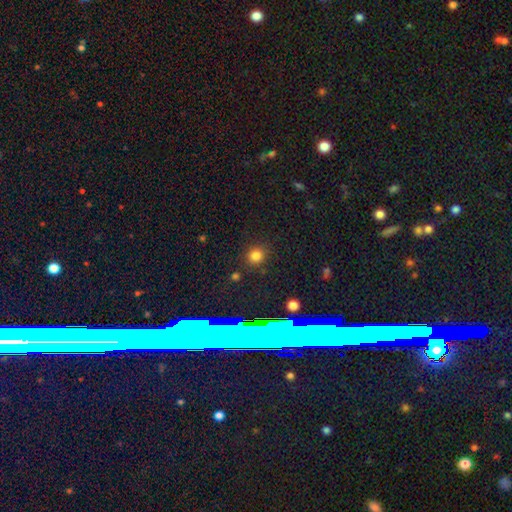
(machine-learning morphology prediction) This is likely a smooth galaxy (77%). How rounded: clearly round (89%). Merging: clearly none (88%).